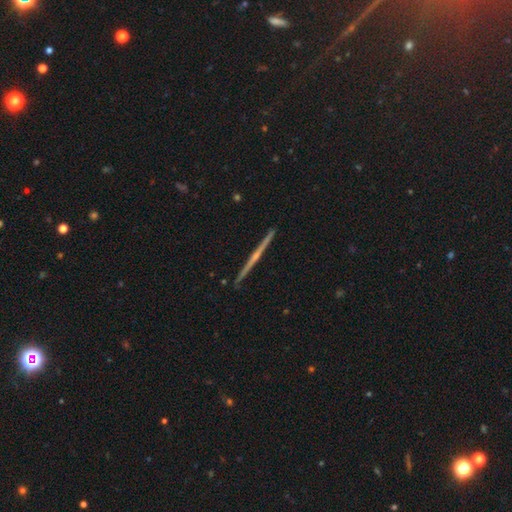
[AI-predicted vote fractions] Smooth or featured? Predicted: featured or disk (p=0.81). Edge-on disk? Predicted: yes (p=0.99). Edge-on bulge? Predicted: rounded (p=0.59). Merging? Predicted: none (p=0.93).